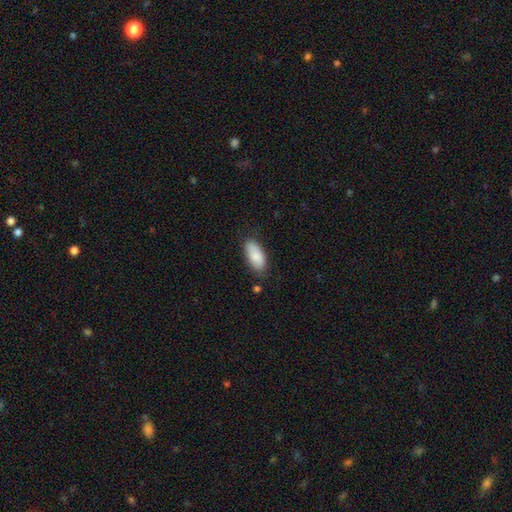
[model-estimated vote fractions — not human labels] smooth-or-featured: smooth: 86% | featured or disk: 8% | star or artifact: 6%
  how-rounded: in between: 90% | cigar-shaped: 8% | round: 2%
  merging: none: 76% | minor disturbance: 18% | major disturbance: 4% | merger: 2%